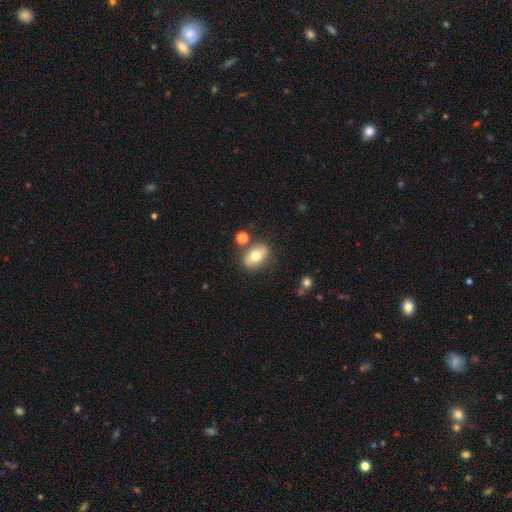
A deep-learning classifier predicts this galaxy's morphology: smooth_or_featured: smooth (p=0.67) [alt: featured or disk p=0.24]
how_rounded: in between (p=0.82) [alt: round p=0.15]
merging: none (p=0.76) [alt: minor disturbance p=0.12]